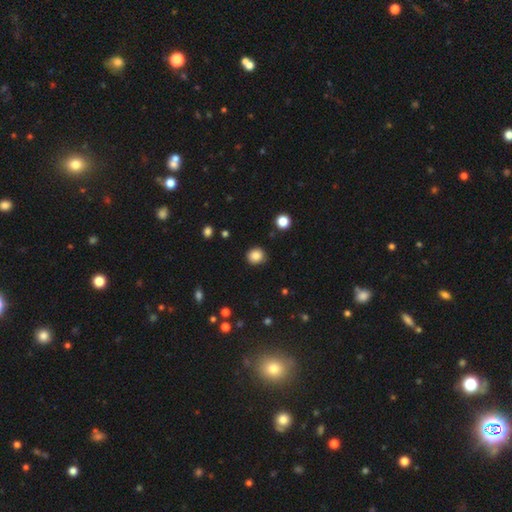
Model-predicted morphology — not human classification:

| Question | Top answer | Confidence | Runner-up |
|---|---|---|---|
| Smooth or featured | smooth | 86% | star or artifact (10%) |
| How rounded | round | 84% | in between (15%) |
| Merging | none | 88% | minor disturbance (8%) |